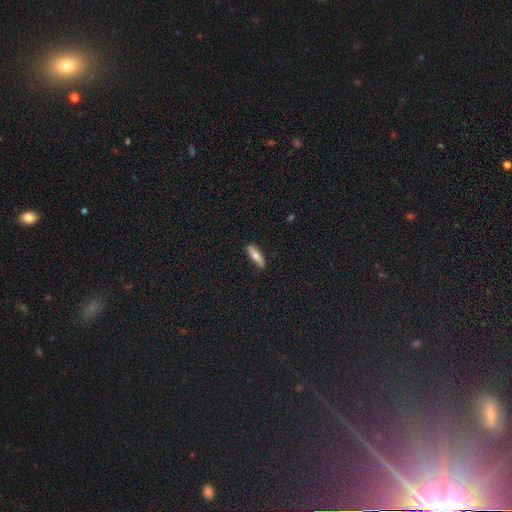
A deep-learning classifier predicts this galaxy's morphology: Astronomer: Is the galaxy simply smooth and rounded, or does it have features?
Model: smooth — 62%.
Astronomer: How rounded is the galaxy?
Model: cigar-shaped — 65%.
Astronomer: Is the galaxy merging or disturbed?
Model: none — 82%.